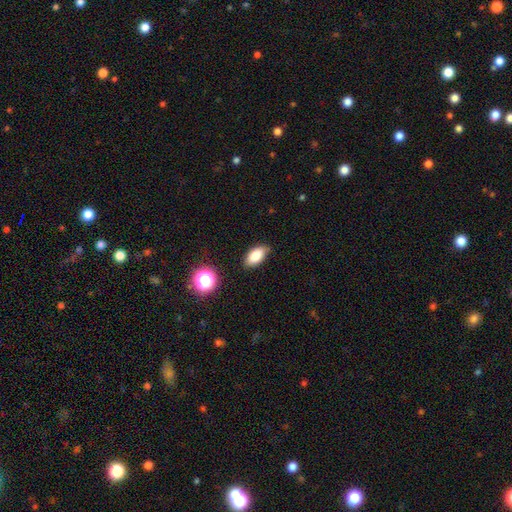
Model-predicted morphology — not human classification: Smooth or featured?
  - smooth: 83% *
  - star or artifact: 9%
  - featured or disk: 8%
How rounded?
  - in between: 91% *
  - round: 5%
  - cigar-shaped: 4%
Merging?
  - none: 80% *
  - minor disturbance: 16%
  - major disturbance: 3%
  - merger: 2%